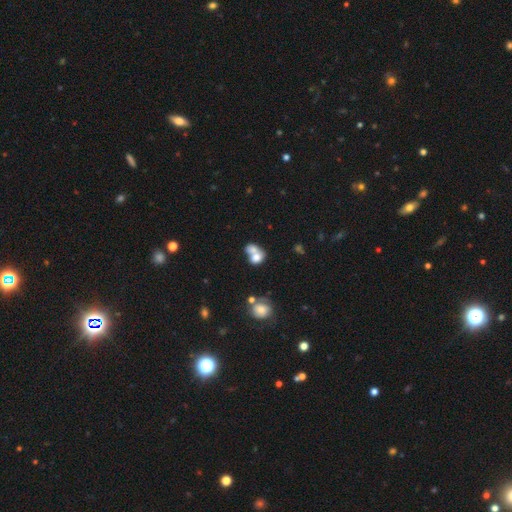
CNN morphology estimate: type=smooth (72%); roundness=in between (53%); merging=merger (67%).